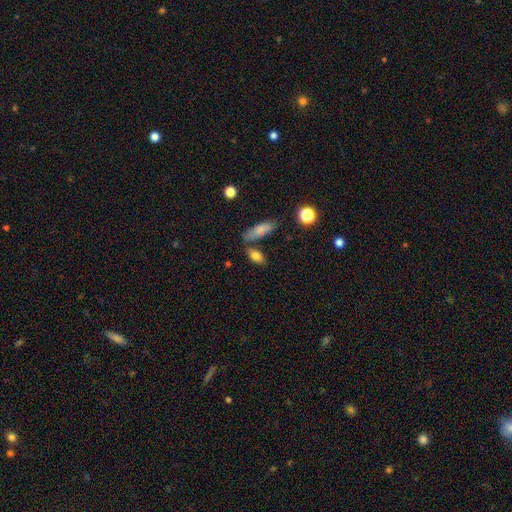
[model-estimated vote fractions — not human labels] Smooth or featured?
  - smooth: 79% *
  - featured or disk: 11%
  - star or artifact: 9%
How rounded?
  - in between: 79% *
  - cigar-shaped: 14%
  - round: 6%
Merging?
  - none: 68% *
  - minor disturbance: 14%
  - merger: 14%
  - major disturbance: 4%